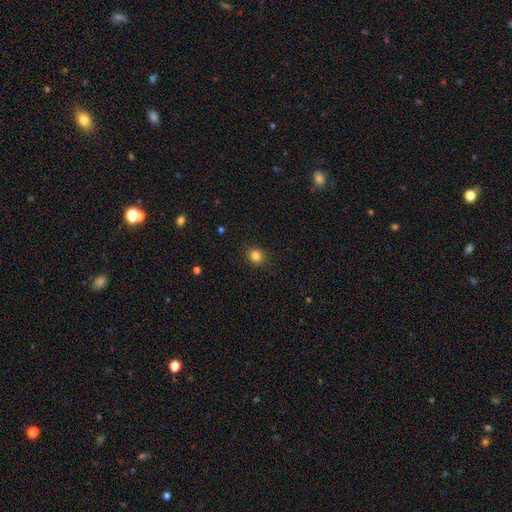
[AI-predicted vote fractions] Smooth or featured?
  - smooth: 84% *
  - star or artifact: 12%
  - featured or disk: 4%
How rounded?
  - round: 76% *
  - in between: 23%
  - cigar-shaped: 1%
Merging?
  - none: 89% *
  - minor disturbance: 8%
  - major disturbance: 2%
  - merger: 1%